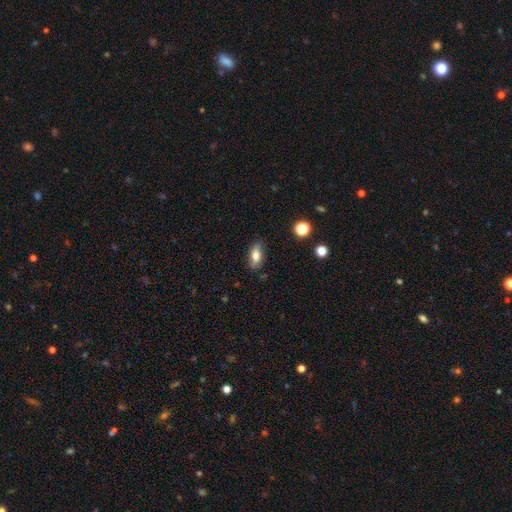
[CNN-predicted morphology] smooth-or-featured: smooth: 72% | featured or disk: 20% | star or artifact: 9%
  how-rounded: in between: 81% | cigar-shaped: 13% | round: 5%
  merging: none: 79% | minor disturbance: 16% | major disturbance: 3% | merger: 2%